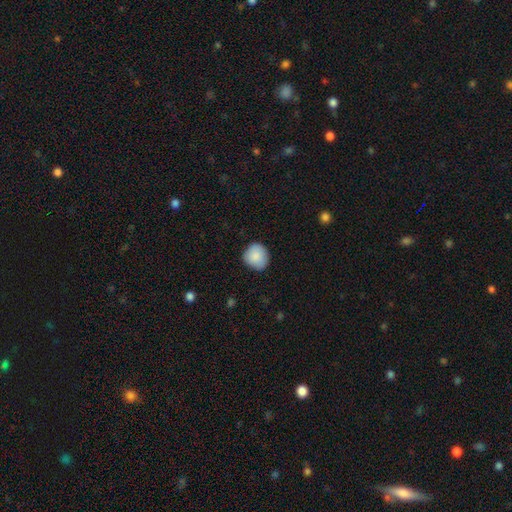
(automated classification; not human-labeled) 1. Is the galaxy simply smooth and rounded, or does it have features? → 87% smooth, 7% star or artifact, 6% featured or disk.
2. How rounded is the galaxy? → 84% round, 16% in between, 1% cigar-shaped.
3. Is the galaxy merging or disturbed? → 84% none, 13% minor disturbance, 2% major disturbance, 1% merger.